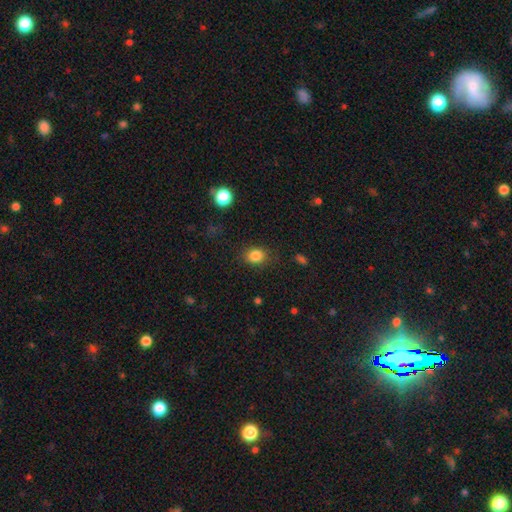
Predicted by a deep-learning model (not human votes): smooth_or_featured: smooth (p=0.84) [alt: star or artifact p=0.11]
how_rounded: round (p=0.61) [alt: in between p=0.38]
merging: none (p=0.84) [alt: minor disturbance p=0.11]